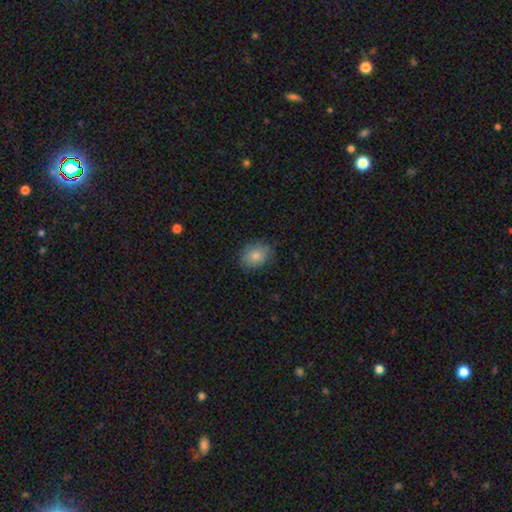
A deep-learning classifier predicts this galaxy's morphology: smooth_or_featured: smooth (p=0.82) [alt: featured or disk p=0.10]
how_rounded: in between (p=0.55) [alt: round p=0.44]
merging: none (p=0.78) [alt: minor disturbance p=0.17]